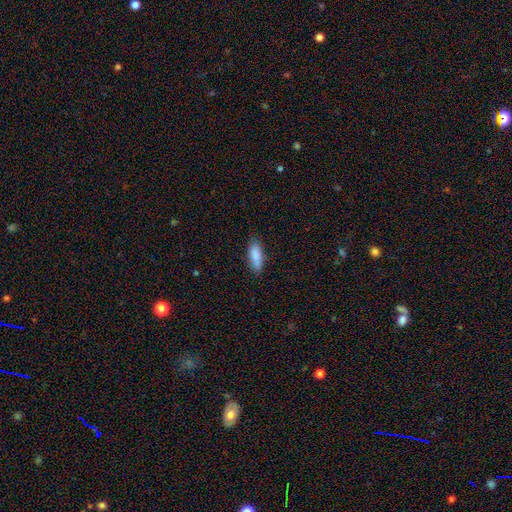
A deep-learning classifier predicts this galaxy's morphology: This appears to be a smooth galaxy with no disk features (85%) that is in between round and cigar-shaped (65%). Merging: none (74%).